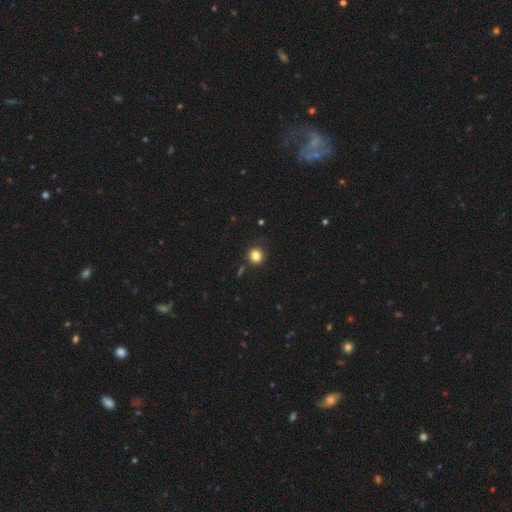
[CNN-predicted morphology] smooth_or_featured: smooth (p=0.83) [alt: star or artifact p=0.12]
how_rounded: round (p=0.89) [alt: in between p=0.10]
merging: none (p=0.87) [alt: minor disturbance p=0.08]